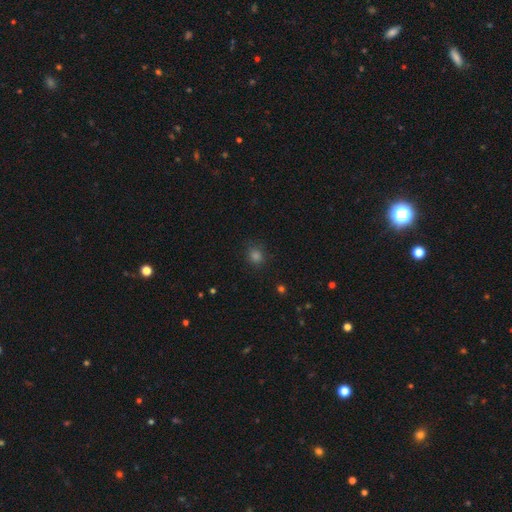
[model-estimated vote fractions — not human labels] The model was most divided on "smooth or featured": smooth: 75%, star or artifact: 21%, featured or disk: 4%. More confident: merging — none (87%); how rounded — round (82%).